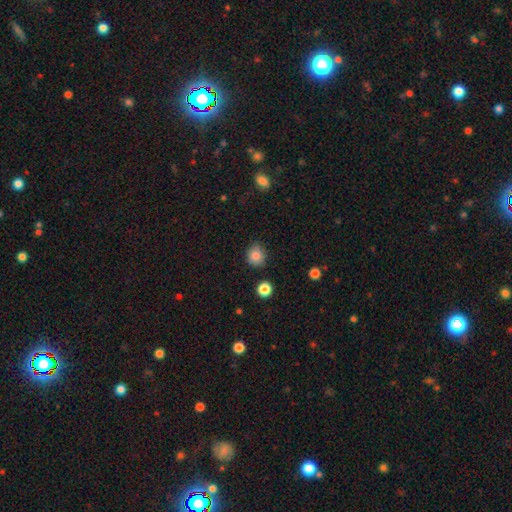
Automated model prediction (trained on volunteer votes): A smooth galaxy with no disk features (82%) that is round (79%).

Vote fractions:
- Smooth or featured? smooth: 82% / star or artifact: 11% / featured or disk: 7%
- How rounded? round: 79% / in between: 20% / cigar-shaped: 1%
- Merging? none: 81% / minor disturbance: 14% / major disturbance: 3% / merger: 2%